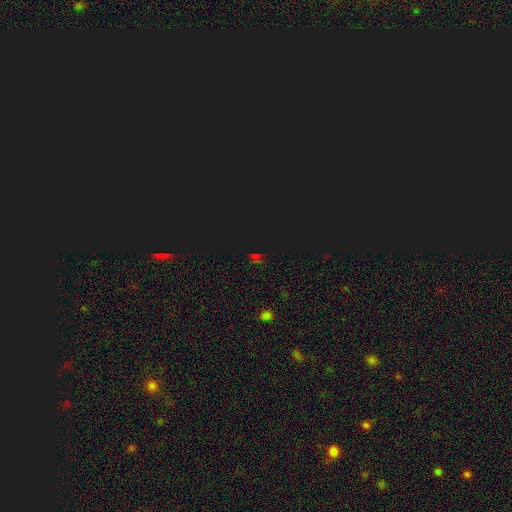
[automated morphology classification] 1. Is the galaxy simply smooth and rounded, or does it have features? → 74% star or artifact, 18% smooth, 8% featured or disk.